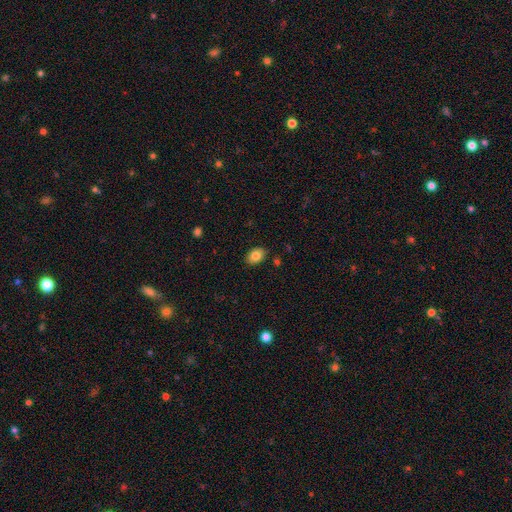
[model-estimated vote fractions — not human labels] This is clearly a smooth galaxy (83%). How rounded: likely in between (79%). Merging: clearly none (87%).